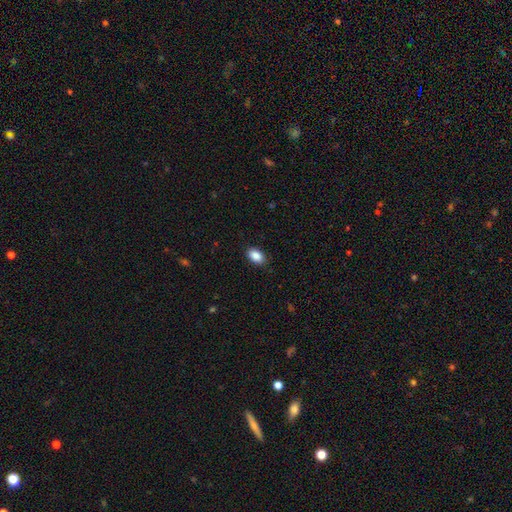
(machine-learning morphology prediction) smooth_or_featured: smooth (p=0.89) [alt: star or artifact p=0.08]
how_rounded: in between (p=0.91) [alt: round p=0.07]
merging: none (p=0.87) [alt: minor disturbance p=0.10]